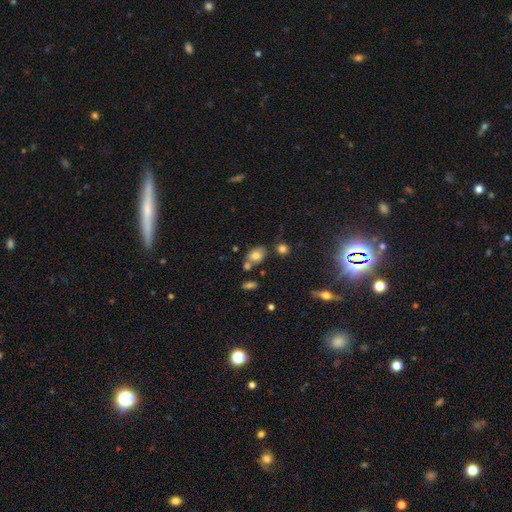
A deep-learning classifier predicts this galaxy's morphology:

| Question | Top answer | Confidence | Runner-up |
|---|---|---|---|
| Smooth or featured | smooth | 75% | featured or disk (14%) |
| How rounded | in between | 82% | round (16%) |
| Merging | none | 57% | merger (19%) |